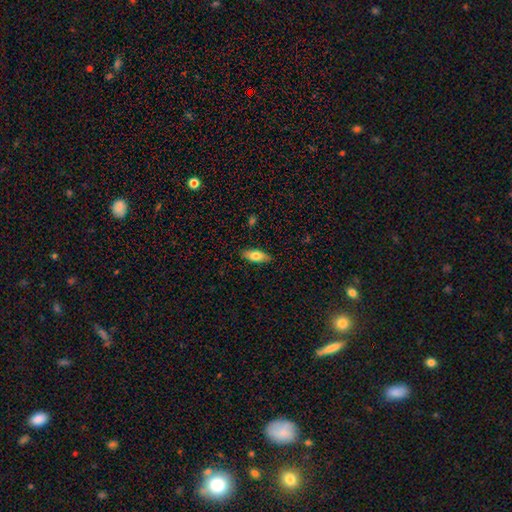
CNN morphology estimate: smooth 76%, featured or disk 18%, star or artifact 6%. Down the decision tree: how rounded — in between (78%); merging — none (87%).